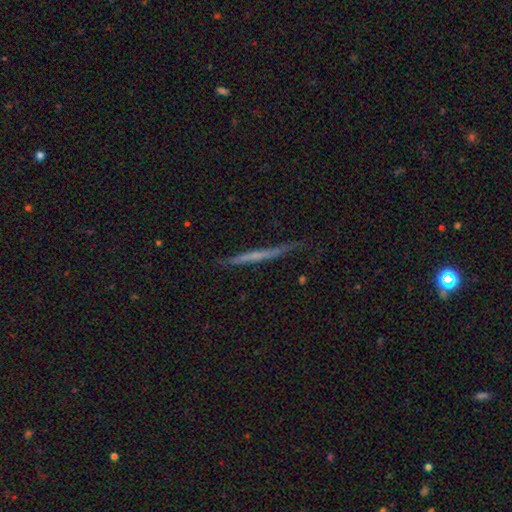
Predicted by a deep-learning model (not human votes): Smooth or featured? featured or disk (59%)
Edge-on disk? yes (96%)
Edge-on bulge? none (80%)
Merging? none (82%)